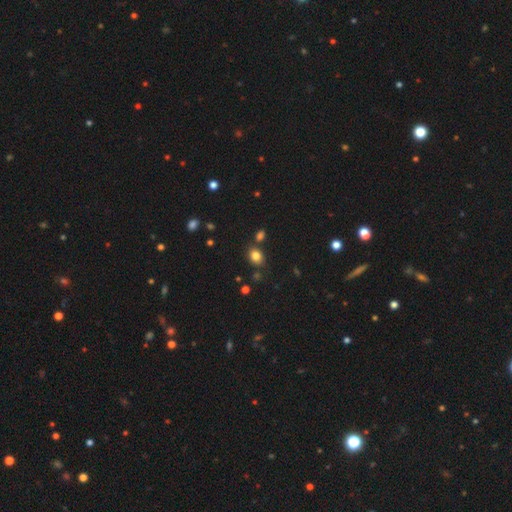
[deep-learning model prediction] A smooth galaxy with no disk features (81%) that is in between round and cigar-shaped (51%).

Vote fractions:
- Smooth or featured? smooth: 81% / star or artifact: 13% / featured or disk: 6%
- How rounded? in between: 51% / round: 48% / cigar-shaped: 1%
- Merging? none: 76% / minor disturbance: 11% / merger: 9% / major disturbance: 3%